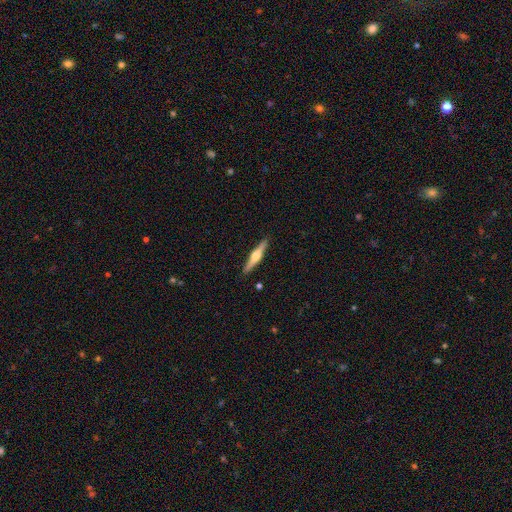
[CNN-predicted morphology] smooth_or_featured: featured or disk (p=0.68) [alt: smooth p=0.27]
disk_edge_on: yes (p=0.98) [alt: no p=0.02]
edge_on_bulge: rounded (p=0.93) [alt: boxy p=0.04]
merging: none (p=0.91) [alt: minor disturbance p=0.06]